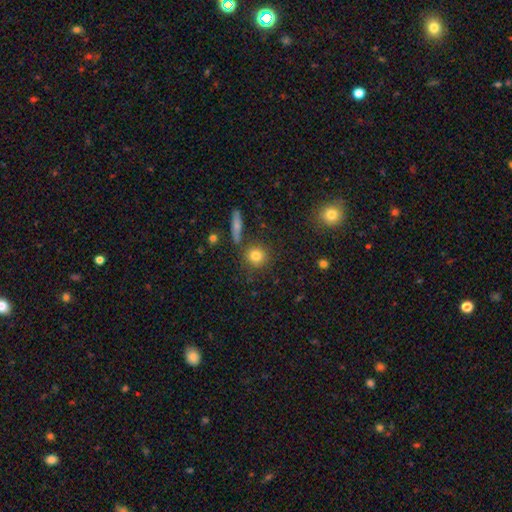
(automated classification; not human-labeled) This is clearly a smooth galaxy (81%). How rounded: clearly round (85%). Merging: likely none (79%).